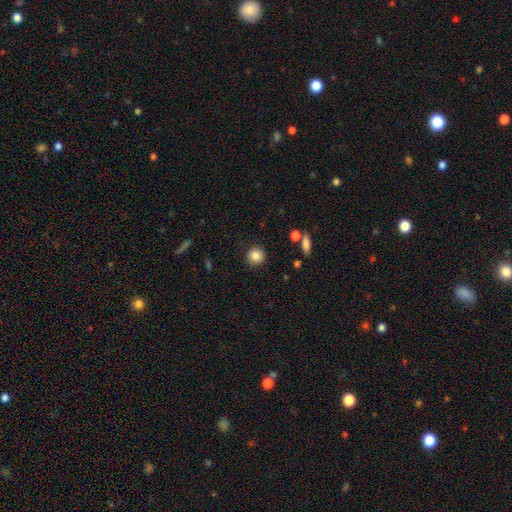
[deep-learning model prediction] The model was most divided on "smooth or featured": smooth: 85%, star or artifact: 9%, featured or disk: 5%. More confident: how rounded — round (91%); merging — none (89%).